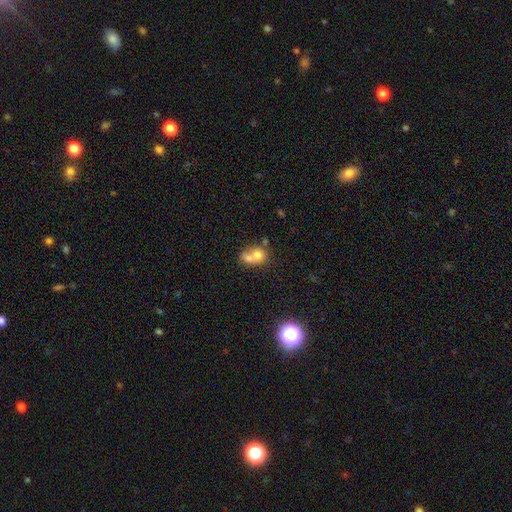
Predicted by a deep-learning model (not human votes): Morphology: type=smooth (68%); roundness=round (60%); merging=merger (68%).